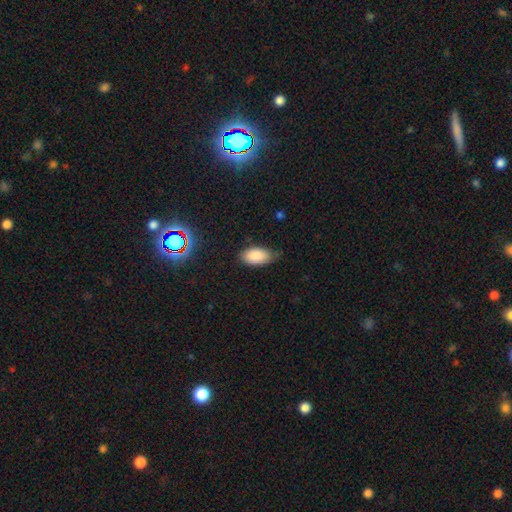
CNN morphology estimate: smooth_or_featured: smooth (p=0.85) [alt: star or artifact p=0.08]
how_rounded: in between (p=0.94) [alt: cigar-shaped p=0.03]
merging: none (p=0.65) [alt: minor disturbance p=0.28]